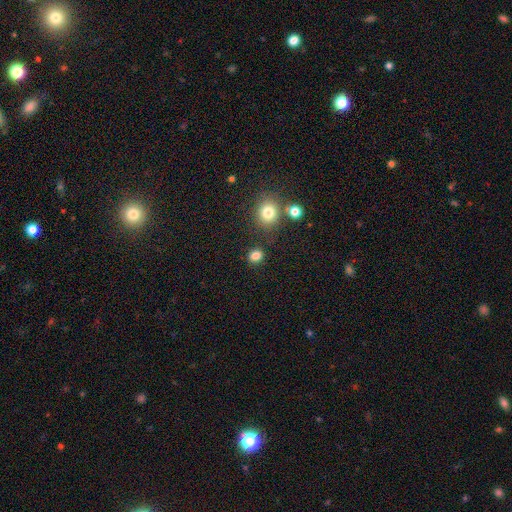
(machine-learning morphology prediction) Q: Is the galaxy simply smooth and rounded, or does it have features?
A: smooth — 83%.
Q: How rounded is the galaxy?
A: round — 64%.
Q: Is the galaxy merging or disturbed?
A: none — 82%.